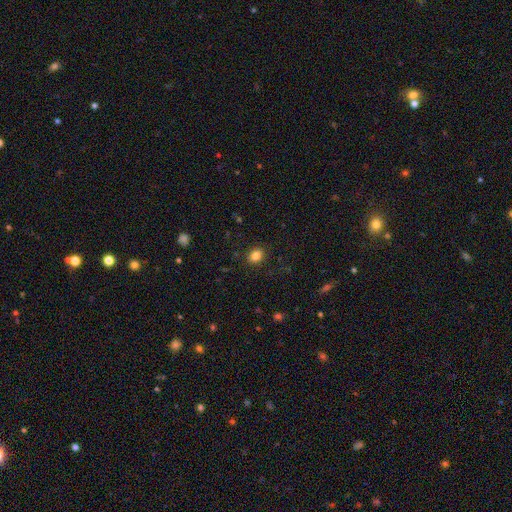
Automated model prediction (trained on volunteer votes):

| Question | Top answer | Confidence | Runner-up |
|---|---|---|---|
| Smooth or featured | smooth | 84% | star or artifact (11%) |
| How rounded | in between | 50% | round (49%) |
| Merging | none | 89% | minor disturbance (8%) |